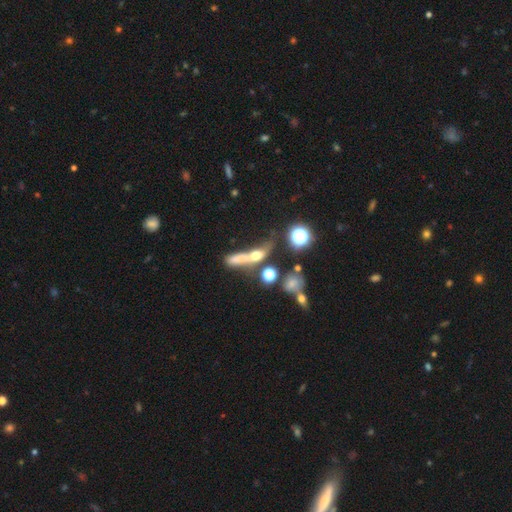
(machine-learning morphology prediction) The model was most divided on "merging": merger: 36%, none: 28%, major disturbance: 20%, minor disturbance: 15%. Remaining: smooth or featured — smooth (49%).